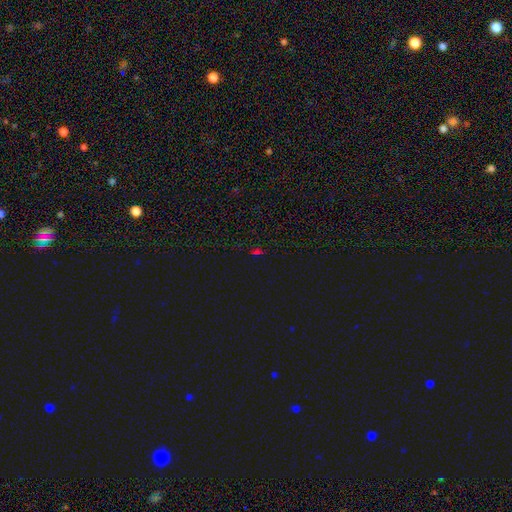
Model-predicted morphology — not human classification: smooth-or-featured: star or artifact: 62% | smooth: 30% | featured or disk: 8%